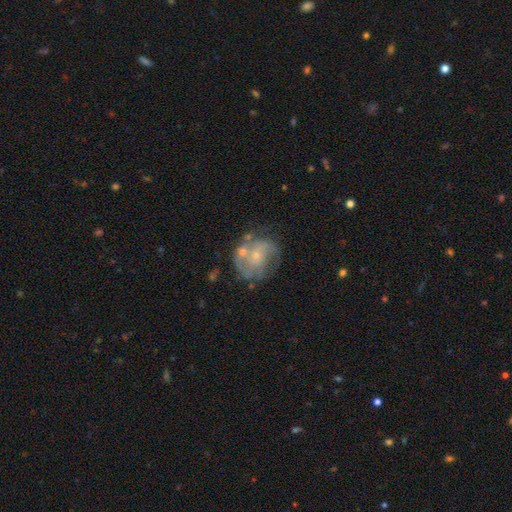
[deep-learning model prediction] Smooth or featured? featured or disk (72%)
Edge-on disk? no (98%)
Bar? no (76%)
Spiral arms? yes (76%)
Spiral winding? medium (40%, tied with tight)
Spiral arm count? 2 (36%)
Bulge size? small (73%)
Merging? none (50%)